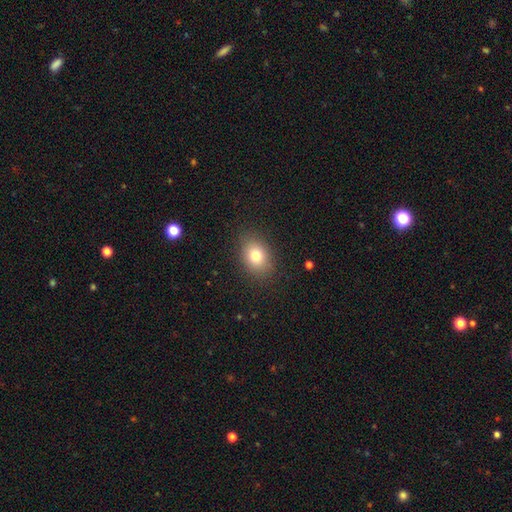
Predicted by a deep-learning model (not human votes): Smooth or featured? smooth (79%)
How rounded? in between (64%)
Merging? none (86%)